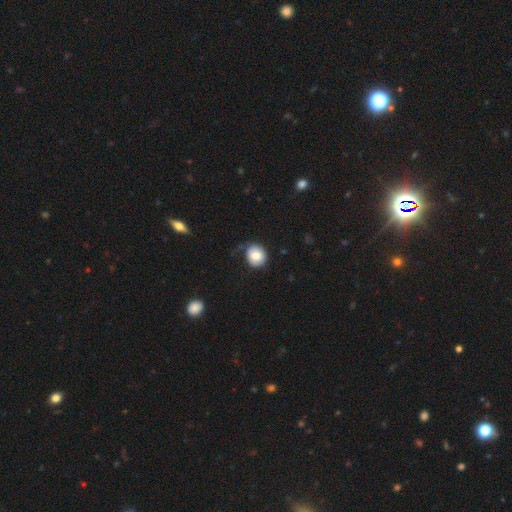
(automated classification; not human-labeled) smooth 75%, featured or disk 17%, star or artifact 8%. Down the decision tree: how rounded — round (79%); merging — none (62%).